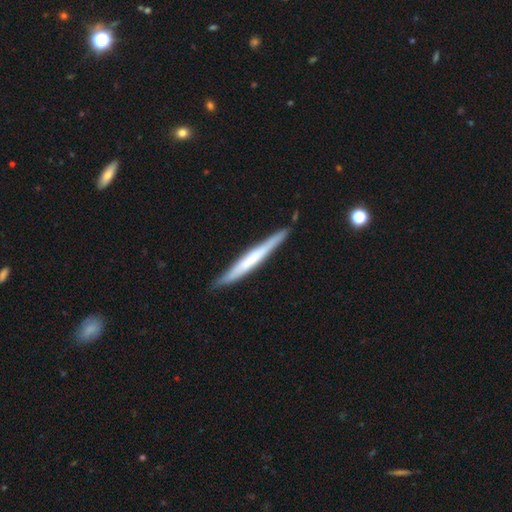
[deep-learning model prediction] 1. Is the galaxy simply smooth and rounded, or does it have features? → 51% featured or disk, 43% smooth, 5% star or artifact.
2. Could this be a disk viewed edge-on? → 95% yes, 5% no.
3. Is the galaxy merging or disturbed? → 86% none, 11% minor disturbance, 2% major disturbance, 1% merger.